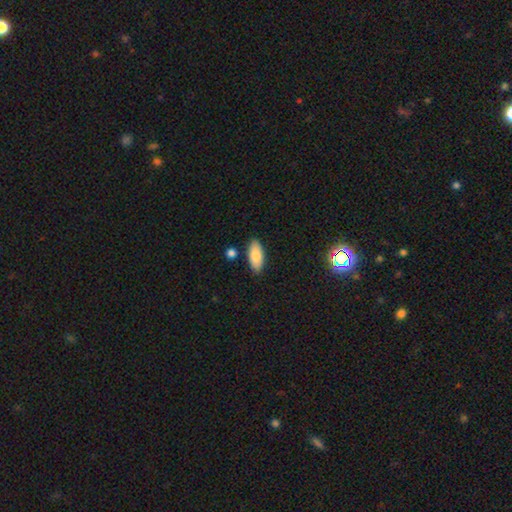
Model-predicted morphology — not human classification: Smooth or featured? smooth (83%)
How rounded? in between (87%)
Merging? none (85%)